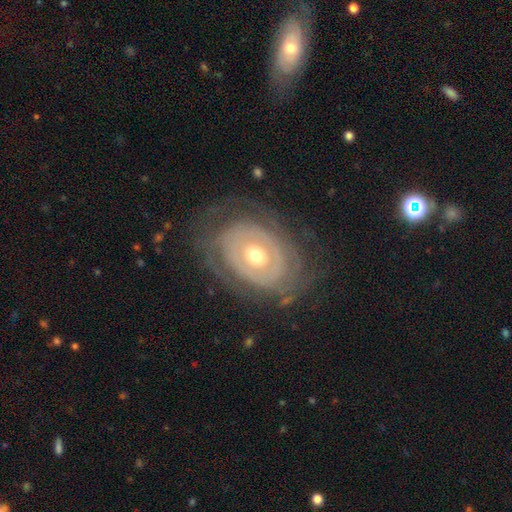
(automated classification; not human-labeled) This appears to be a featured or disk galaxy (78%) with no bar (83%), spiral arms (63%) and a moderate central bulge (59%). Merging: none (70%).